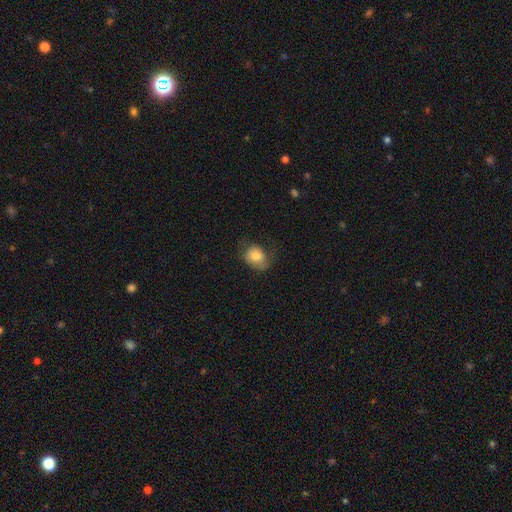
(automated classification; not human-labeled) Smooth or featured? smooth (77%)
How rounded? round (55%)
Merging? none (54%)